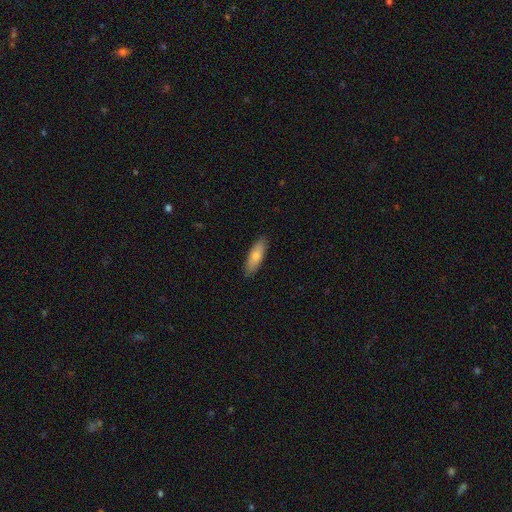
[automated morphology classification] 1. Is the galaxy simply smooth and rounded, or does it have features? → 79% smooth, 15% featured or disk, 5% star or artifact.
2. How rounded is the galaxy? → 55% in between, 44% cigar-shaped, 2% round.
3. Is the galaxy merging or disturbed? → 87% none, 10% minor disturbance, 2% major disturbance, 1% merger.